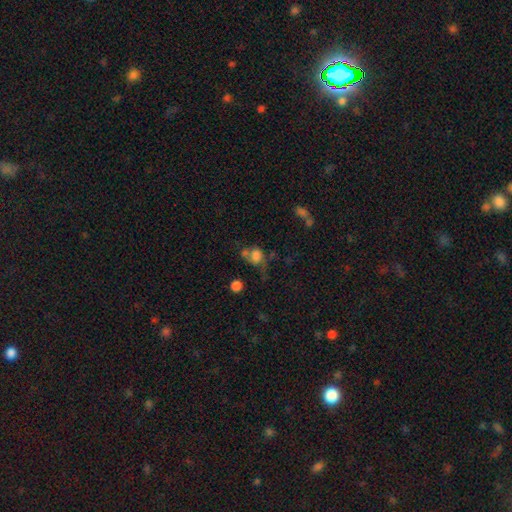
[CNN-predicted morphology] type=smooth (71%); roundness=round (55%); merging=merger (30%, tied with none).